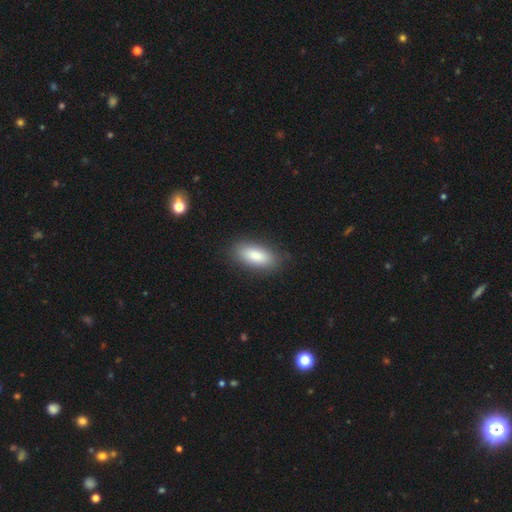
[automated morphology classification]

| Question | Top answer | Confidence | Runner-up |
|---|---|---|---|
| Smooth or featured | smooth | 85% | featured or disk (8%) |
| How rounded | in between | 85% | cigar-shaped (12%) |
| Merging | none | 85% | minor disturbance (11%) |